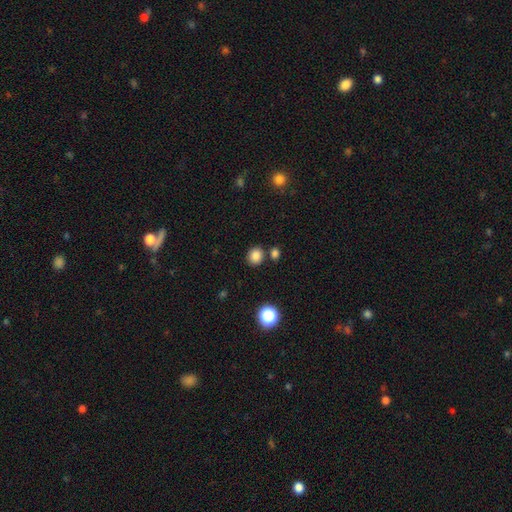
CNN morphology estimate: smooth_or_featured: smooth (p=0.84) [alt: star or artifact p=0.12]
how_rounded: round (p=0.74) [alt: in between p=0.26]
merging: none (p=0.77) [alt: merger p=0.10]